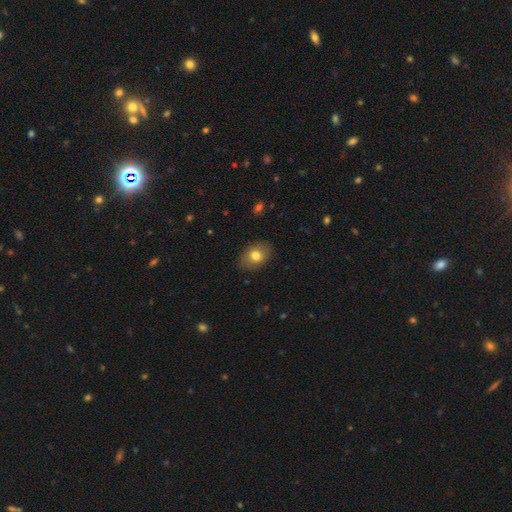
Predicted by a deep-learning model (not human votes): A smooth galaxy with no disk features (76%) that is in between round and cigar-shaped (76%). Merging: none (85%).